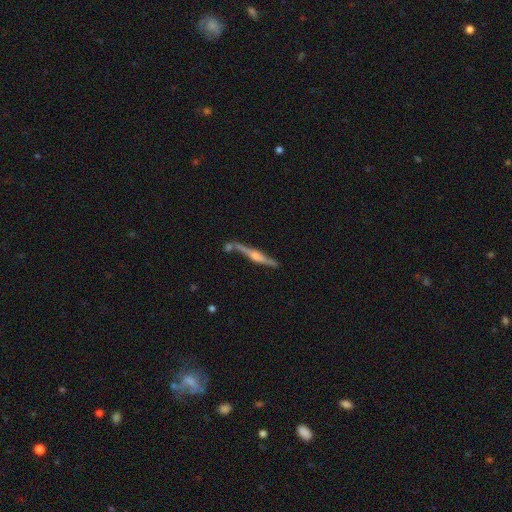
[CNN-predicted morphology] smooth-or-featured: featured or disk: 79% | smooth: 15% | star or artifact: 6%
  disk-edge-on: yes: 97% | no: 3%
    edge-on-bulge: rounded: 79% | boxy: 14% | none: 7%
  merging: none: 75% | minor disturbance: 13% | merger: 9% | major disturbance: 3%